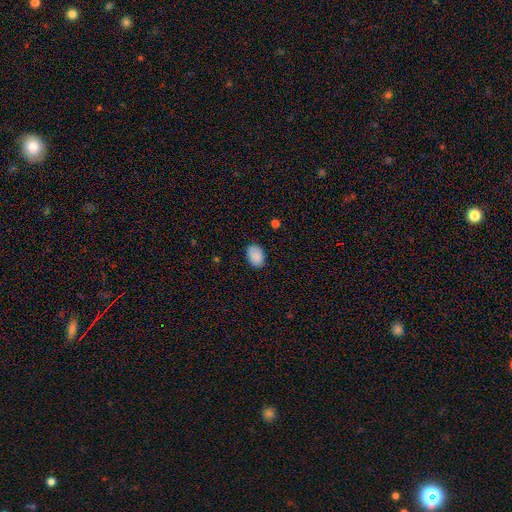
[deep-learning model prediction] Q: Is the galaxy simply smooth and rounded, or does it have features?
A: smooth — 89%.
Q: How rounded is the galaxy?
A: in between — 84%.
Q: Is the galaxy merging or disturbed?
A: none — 85%.